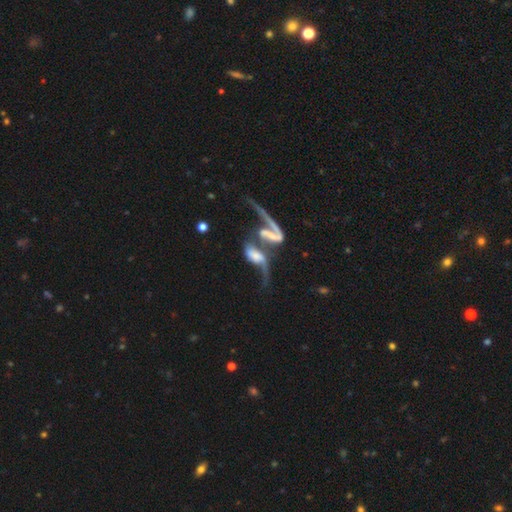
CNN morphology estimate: Smooth or featured: featured or disk — 68% (smooth — 23%)
Edge-on disk: no — 91% (yes — 9%)
Bar: no — 49% (weak — 27%)
Spiral arms: yes — 76% (no — 24%)
Bulge size: none — 32% (small — 25%)
Merging: merger — 71% (major disturbance — 15%)